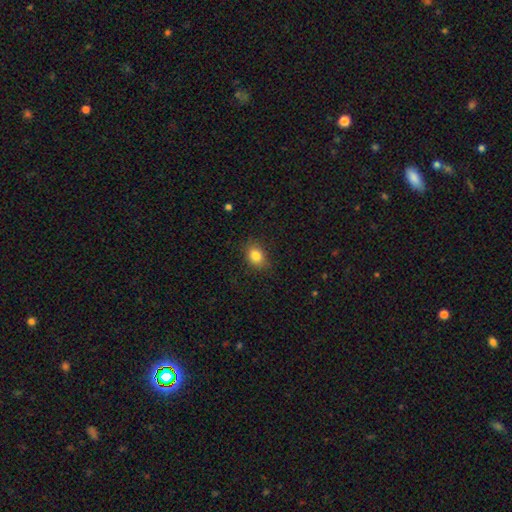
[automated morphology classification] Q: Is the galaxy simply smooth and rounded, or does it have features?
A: smooth — 83%.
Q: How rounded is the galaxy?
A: in between — 58%.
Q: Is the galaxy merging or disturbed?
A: none — 83%.